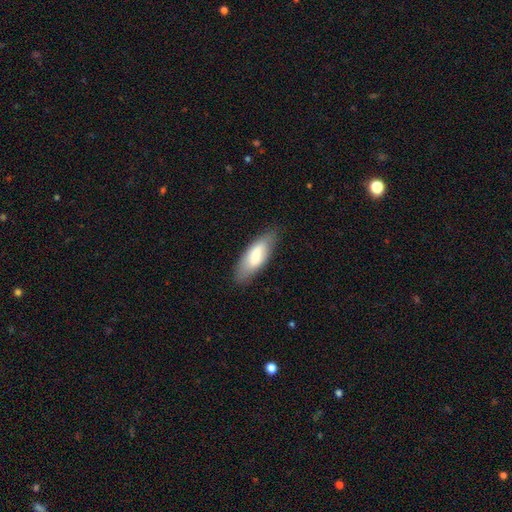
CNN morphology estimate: Q: Smooth or featured?
A: smooth (71%); runner-up: featured or disk (23%)
Q: How rounded?
A: in between (75%); runner-up: cigar-shaped (24%)
Q: Merging?
A: none (80%); runner-up: minor disturbance (15%)